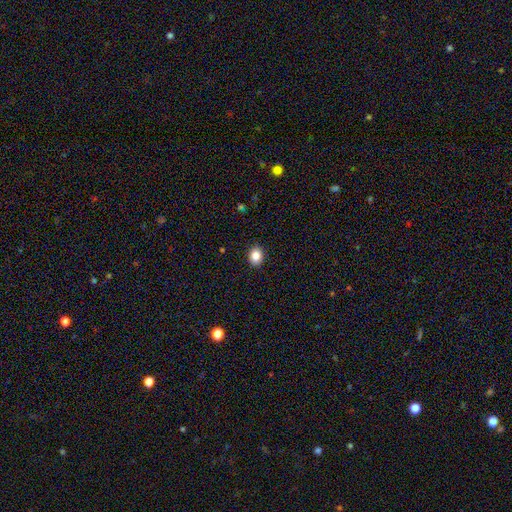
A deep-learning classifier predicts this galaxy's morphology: A smooth galaxy with no disk features (86%) that is in between round and cigar-shaped (58%).

Vote fractions:
- Smooth or featured? smooth: 86% / star or artifact: 9% / featured or disk: 5%
- How rounded? in between: 58% / round: 41% / cigar-shaped: 1%
- Merging? none: 91% / minor disturbance: 7% / major disturbance: 2% / merger: 1%